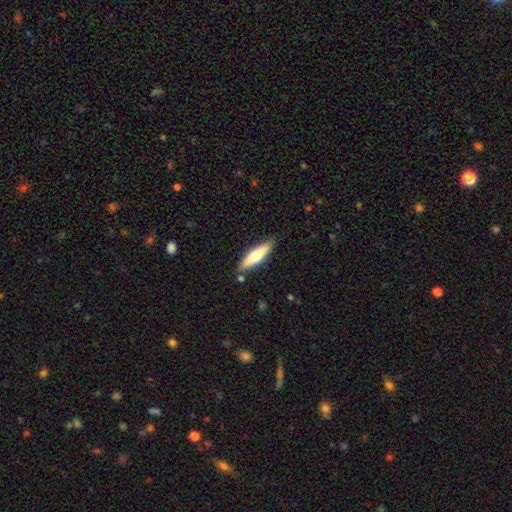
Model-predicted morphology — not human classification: A smooth galaxy with no disk features (57%) that is cigar-shaped (69%).

Vote fractions:
- Smooth or featured? smooth: 57% / featured or disk: 38% / star or artifact: 5%
- How rounded? cigar-shaped: 69% / in between: 30% / round: 2%
- Merging? none: 83% / minor disturbance: 11% / merger: 3% / major disturbance: 2%